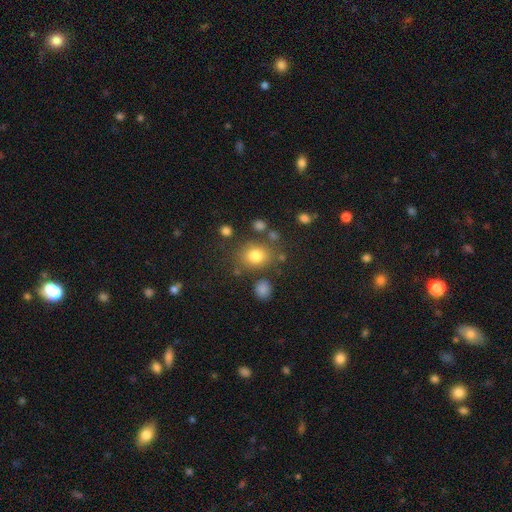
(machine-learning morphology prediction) A smooth galaxy with no disk features (78%) that is round (61%).

Vote fractions:
- Smooth or featured? smooth: 78% / star or artifact: 13% / featured or disk: 9%
- How rounded? round: 61% / in between: 38% / cigar-shaped: 1%
- Merging? none: 73% / minor disturbance: 13% / merger: 8% / major disturbance: 6%